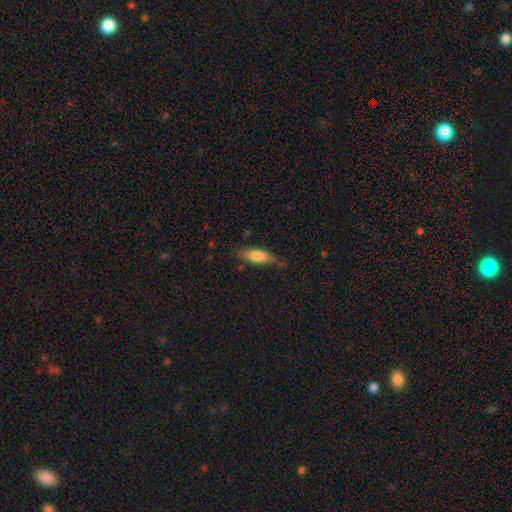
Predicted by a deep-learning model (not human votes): smooth 74%, featured or disk 20%, star or artifact 7%. Down the decision tree: how rounded — in between (64%); merging — none (67%).